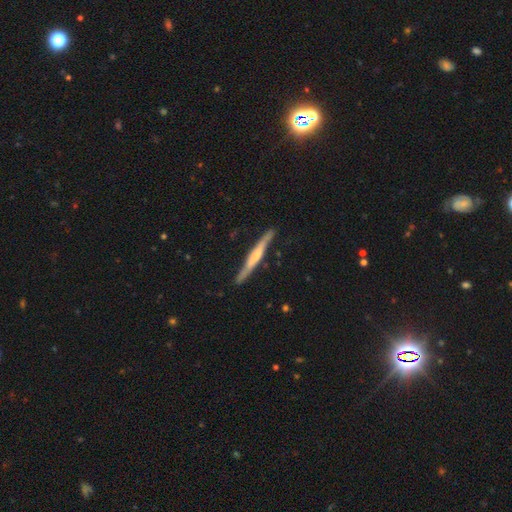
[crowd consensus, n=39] Morphology: type=featured or disk (56%); edge-on=yes (95%); edge-on bulge=none (57%); merging=none (92%).